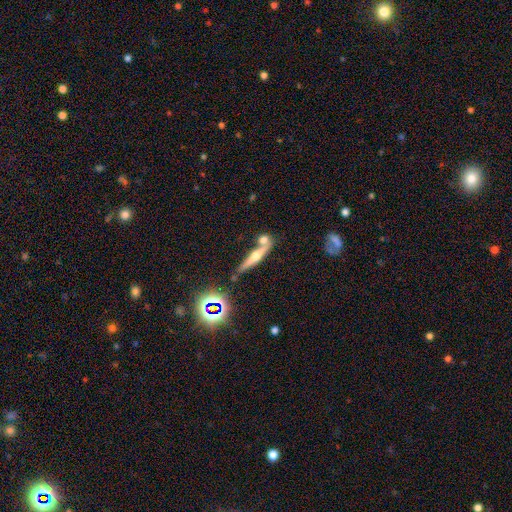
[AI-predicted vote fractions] Smooth or featured? Predicted: featured or disk (p=0.60). Edge-on disk? Predicted: yes (p=0.92). Edge-on bulge? Predicted: rounded (p=0.92). Merging? Predicted: none (p=0.64).